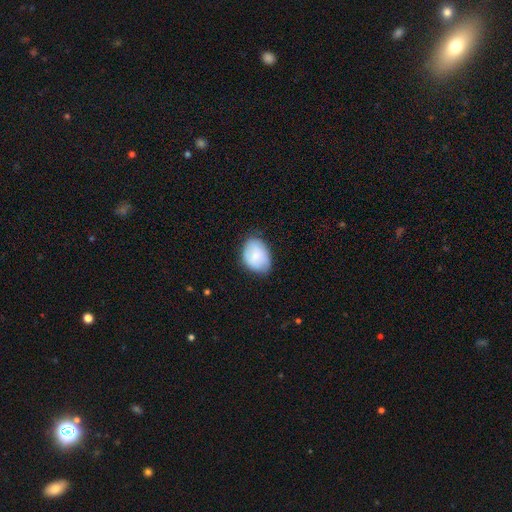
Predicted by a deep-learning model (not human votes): The model was most divided on "merging": none: 72%, minor disturbance: 23%, major disturbance: 4%, merger: 1%. More confident: smooth or featured — smooth (78%); how rounded — in between (74%).